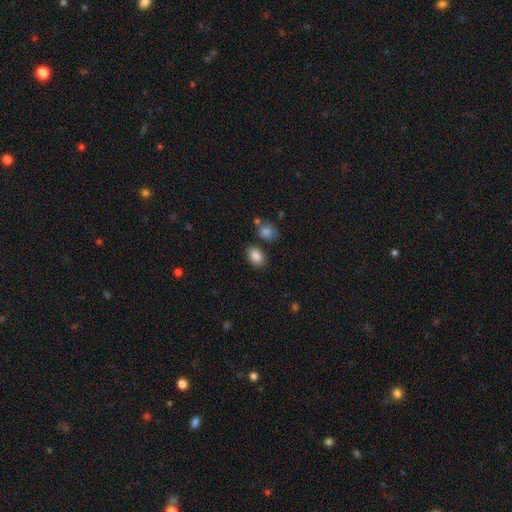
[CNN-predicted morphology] A smooth galaxy with no disk features (87%) that is in between round and cigar-shaped (81%). Merging: none (77%).